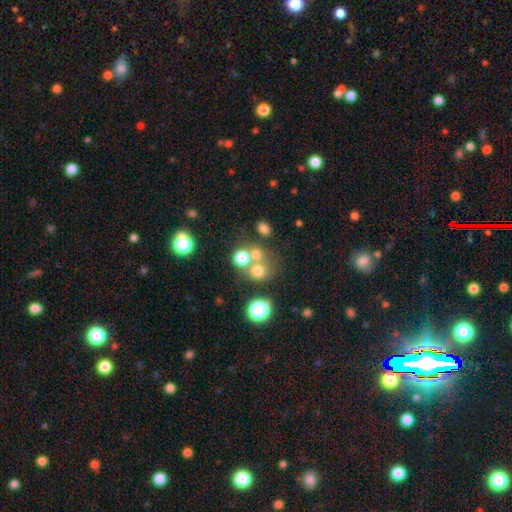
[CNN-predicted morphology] smooth 58%, star or artifact 27%, featured or disk 15%. Down the decision tree: how rounded — round (81%); merging — none (53%).